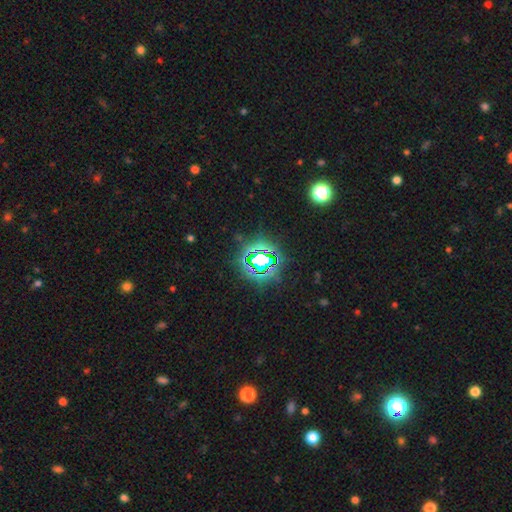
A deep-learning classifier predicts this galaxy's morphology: This appears to be a star or artifact, not a galaxy (76%).